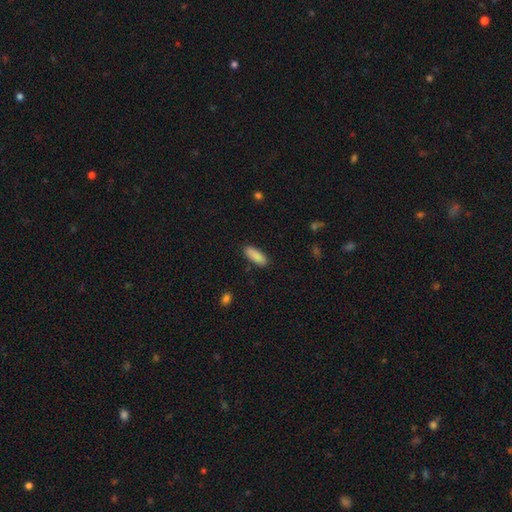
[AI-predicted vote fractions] smooth 89%, star or artifact 6%, featured or disk 4%. Down the decision tree: how rounded — in between (60%); merging — none (89%).